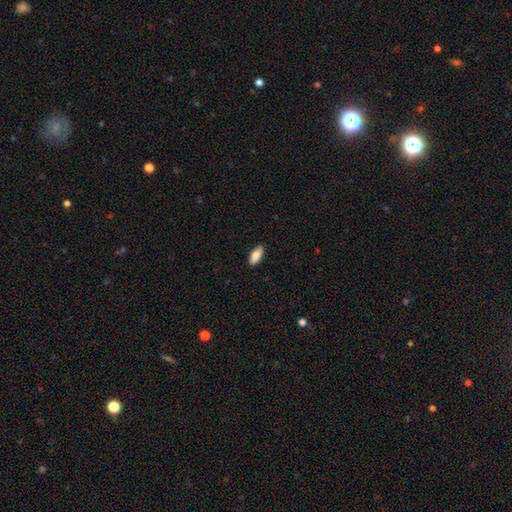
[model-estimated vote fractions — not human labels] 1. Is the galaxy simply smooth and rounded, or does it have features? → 86% smooth, 8% featured or disk, 6% star or artifact.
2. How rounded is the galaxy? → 86% in between, 12% cigar-shaped, 2% round.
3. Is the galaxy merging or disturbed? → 89% none, 9% minor disturbance, 2% major disturbance, 1% merger.